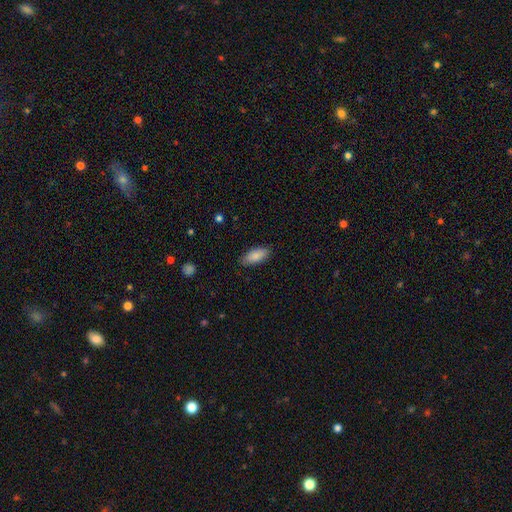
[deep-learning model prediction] smooth 87%, featured or disk 7%, star or artifact 6%. Down the decision tree: how rounded — in between (85%); merging — none (85%).